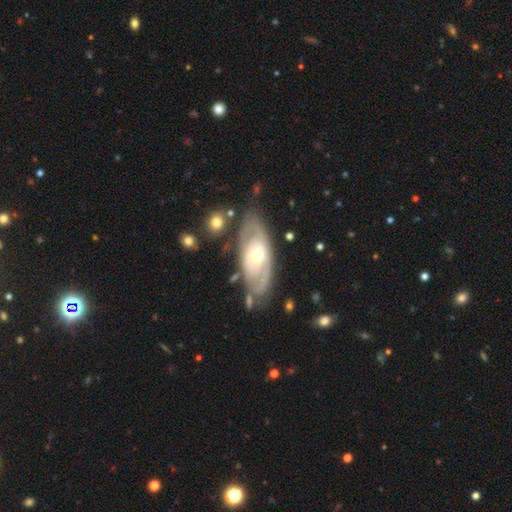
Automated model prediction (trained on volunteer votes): Smooth or featured? Predicted: featured or disk (p=0.79). Edge-on disk? Predicted: no (p=0.90). Bar? Predicted: no (p=0.76). Spiral arms? Predicted: yes (p=0.70). Bulge size? Predicted: moderate (p=0.54). Merging? Predicted: none (p=0.73).